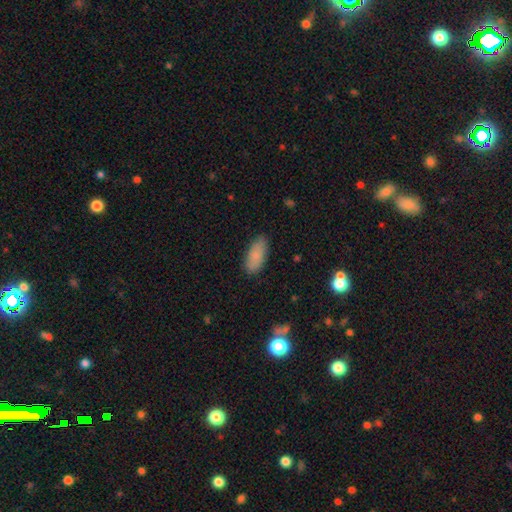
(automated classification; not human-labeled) Smooth or featured? smooth (86%)
How rounded? in between (81%)
Merging? none (85%)